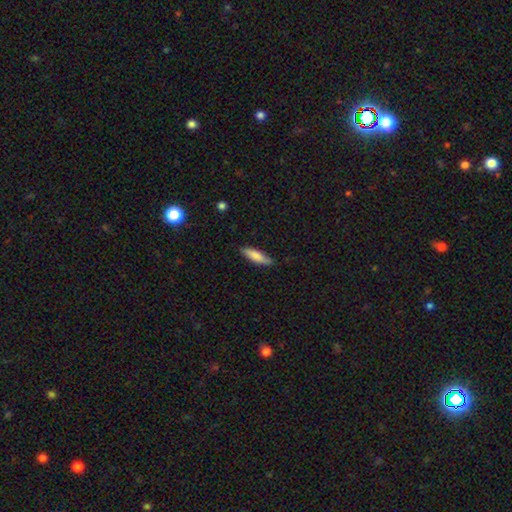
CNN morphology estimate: A smooth galaxy with no disk features (79%) that is cigar-shaped (65%). Merging: none (84%).